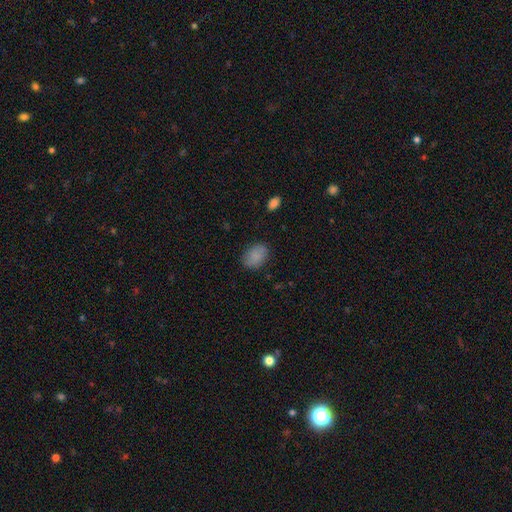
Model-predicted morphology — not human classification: smooth_or_featured: smooth (p=0.85) [alt: star or artifact p=0.08]
how_rounded: in between (p=0.78) [alt: round p=0.21]
merging: none (p=0.83) [alt: minor disturbance p=0.12]